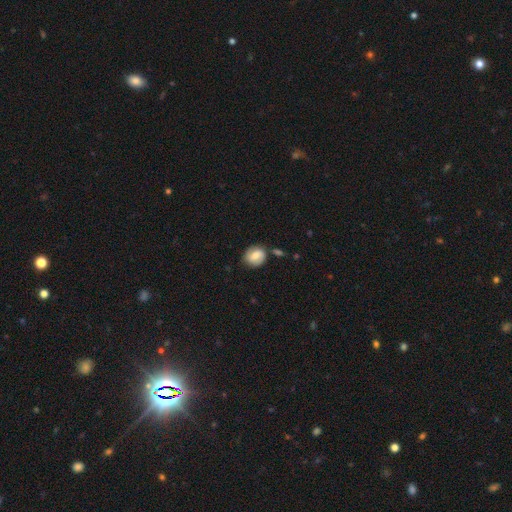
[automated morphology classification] Smooth or featured?
  - smooth: 64% *
  - featured or disk: 28%
  - star or artifact: 8%
How rounded?
  - round: 74% *
  - in between: 25%
  - cigar-shaped: 1%
Merging?
  - none: 73% *
  - minor disturbance: 16%
  - merger: 7%
  - major disturbance: 4%